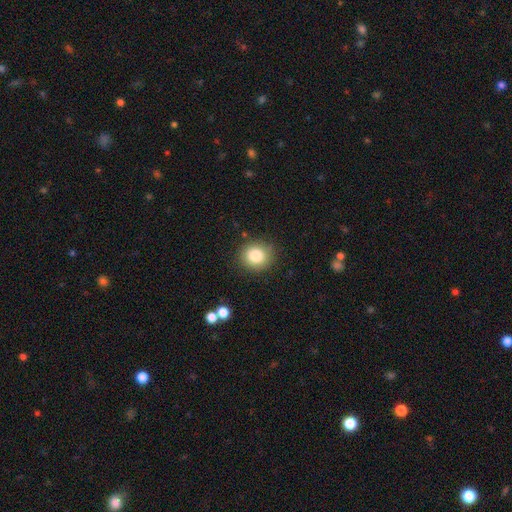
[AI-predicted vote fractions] Smooth or featured?
  - smooth: 83% *
  - star or artifact: 10%
  - featured or disk: 7%
How rounded?
  - round: 84% *
  - in between: 15%
  - cigar-shaped: 1%
Merging?
  - none: 85% *
  - minor disturbance: 10%
  - major disturbance: 3%
  - merger: 2%